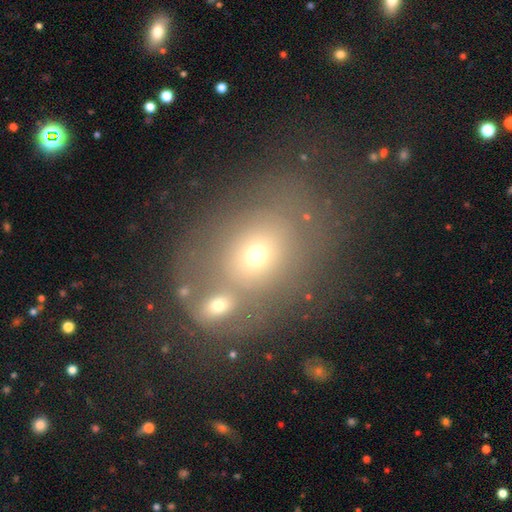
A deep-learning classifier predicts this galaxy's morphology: Q: Smooth or featured?
A: smooth (61%); runner-up: featured or disk (24%)
Q: How rounded?
A: round (53%); runner-up: in between (45%)
Q: Merging?
A: merger (47%); runner-up: none (31%)